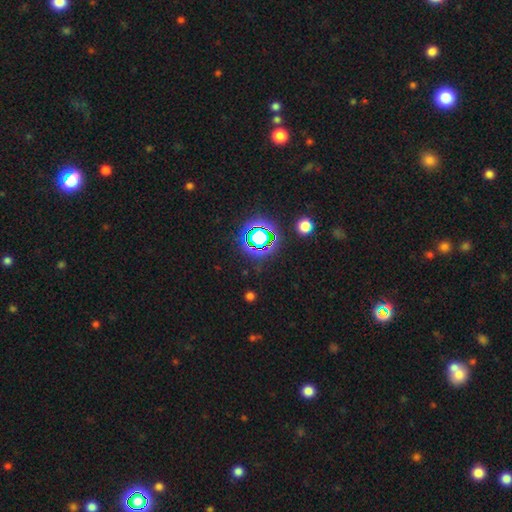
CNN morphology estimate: Smooth or featured? Predicted: star or artifact (p=0.74).